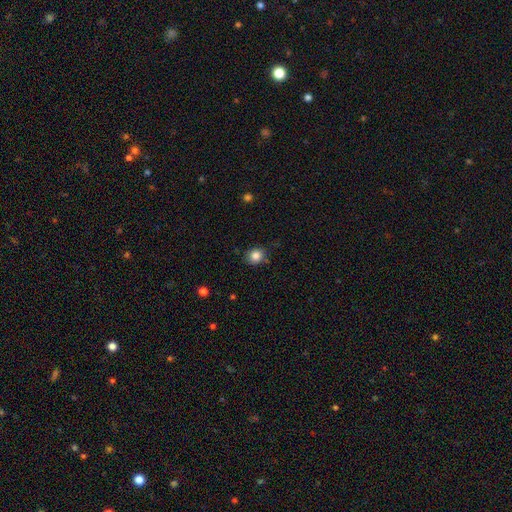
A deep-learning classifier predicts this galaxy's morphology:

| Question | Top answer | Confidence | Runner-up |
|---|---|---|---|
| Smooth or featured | smooth | 84% | star or artifact (10%) |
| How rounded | round | 75% | in between (24%) |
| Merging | none | 82% | minor disturbance (13%) |